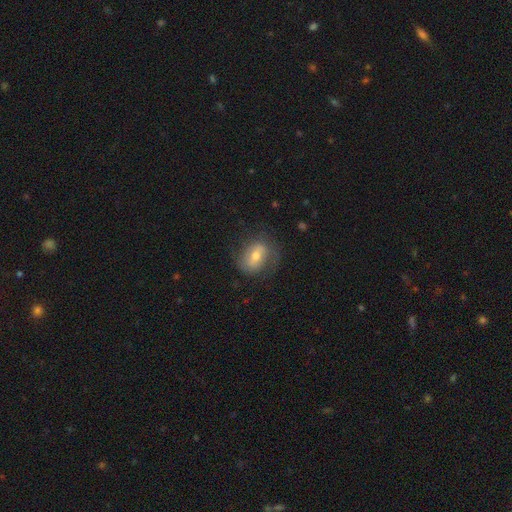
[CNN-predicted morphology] This appears to be a smooth galaxy with no disk features (50%). Merging: none (68%).